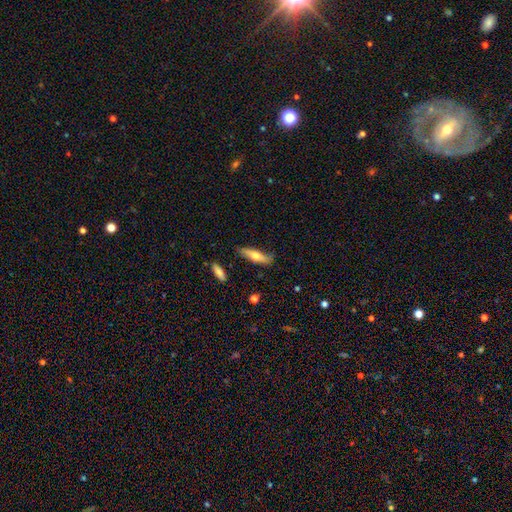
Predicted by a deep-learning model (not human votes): smooth 56%, featured or disk 37%, star or artifact 6%. Down the decision tree: how rounded — cigar-shaped (66%); merging — none (70%).